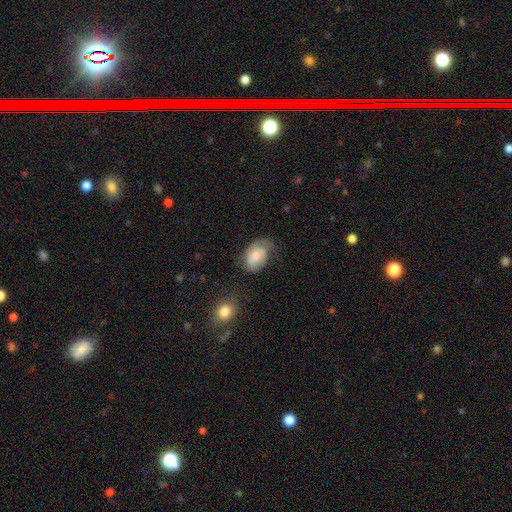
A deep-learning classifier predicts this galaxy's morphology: smooth-or-featured: smooth: 57% | featured or disk: 36% | star or artifact: 8%
  how-rounded: in between: 83% | round: 16% | cigar-shaped: 1%
  merging: none: 46% | minor disturbance: 32% | major disturbance: 20% | merger: 3%